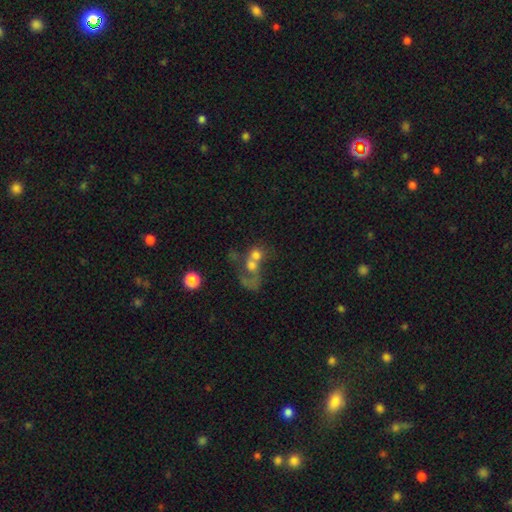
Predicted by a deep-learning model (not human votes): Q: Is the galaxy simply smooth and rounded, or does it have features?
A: smooth — 52%.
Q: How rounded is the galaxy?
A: round — 65%.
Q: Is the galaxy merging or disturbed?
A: merger — 70%.